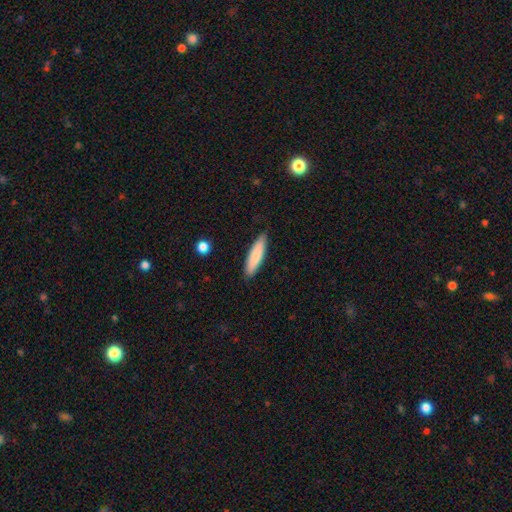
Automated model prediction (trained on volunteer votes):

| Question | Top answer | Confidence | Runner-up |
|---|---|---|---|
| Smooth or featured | smooth | 80% | featured or disk (14%) |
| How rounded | cigar-shaped | 70% | in between (29%) |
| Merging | none | 86% | minor disturbance (11%) |